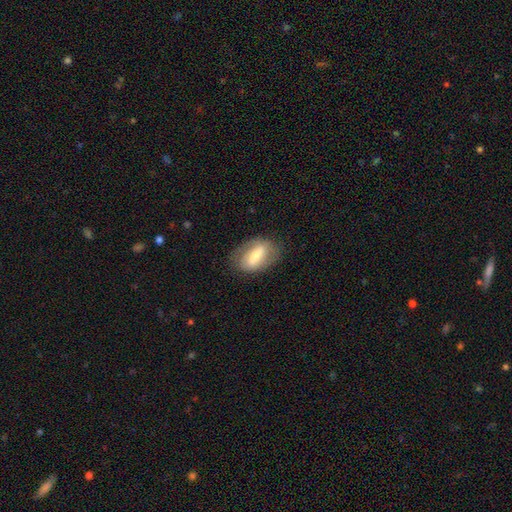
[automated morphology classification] type=smooth (50%); merging=none (71%).